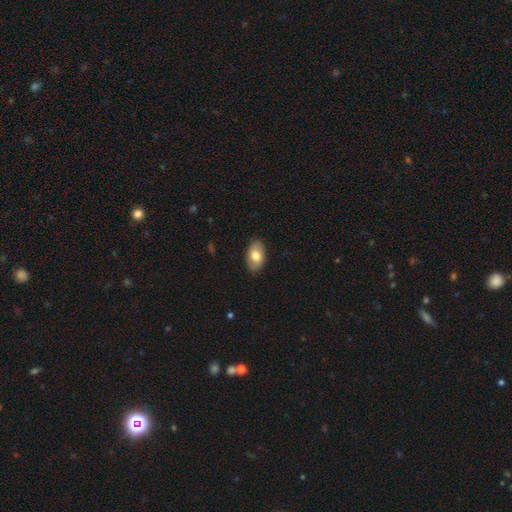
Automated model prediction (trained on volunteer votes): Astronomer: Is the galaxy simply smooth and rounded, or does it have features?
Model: smooth — 77%.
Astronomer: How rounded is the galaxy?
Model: in between — 93%.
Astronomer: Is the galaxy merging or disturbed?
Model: none — 88%.